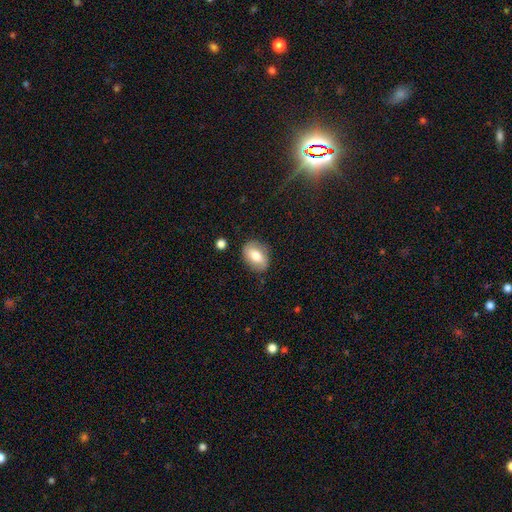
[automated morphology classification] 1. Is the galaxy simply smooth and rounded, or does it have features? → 68% smooth, 25% featured or disk, 7% star or artifact.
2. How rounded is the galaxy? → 80% in between, 18% round, 2% cigar-shaped.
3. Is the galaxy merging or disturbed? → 80% none, 14% minor disturbance, 4% major disturbance, 2% merger.